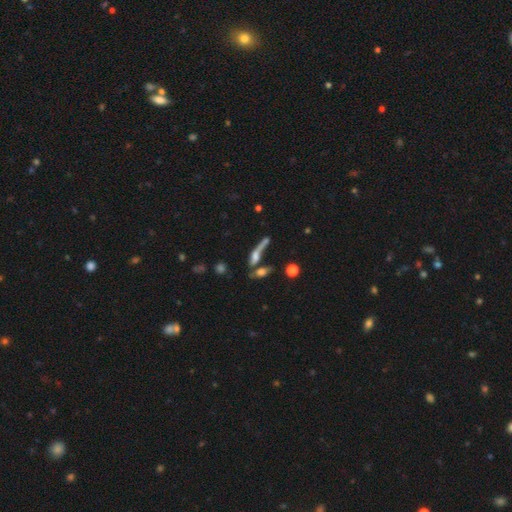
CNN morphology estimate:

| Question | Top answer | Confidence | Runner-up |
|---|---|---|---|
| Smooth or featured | smooth | 46% | featured or disk (40%) |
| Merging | merger | 35% | tied: none (35%) |